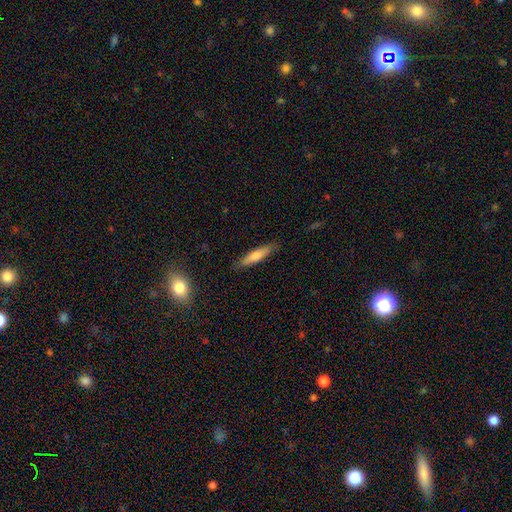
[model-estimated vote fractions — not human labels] Smooth or featured?
  - smooth: 66% *
  - featured or disk: 28%
  - star or artifact: 6%
How rounded?
  - cigar-shaped: 84% *
  - in between: 14%
  - round: 2%
Merging?
  - none: 87% *
  - minor disturbance: 10%
  - major disturbance: 2%
  - merger: 1%